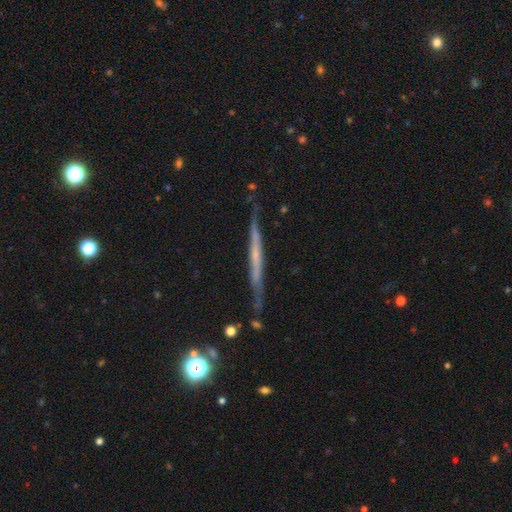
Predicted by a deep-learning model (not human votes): featured or disk 64%, smooth 28%, star or artifact 8%. Down the decision tree: edge-on disk — yes (96%); edge-on bulge — none (80%); merging — none (81%).